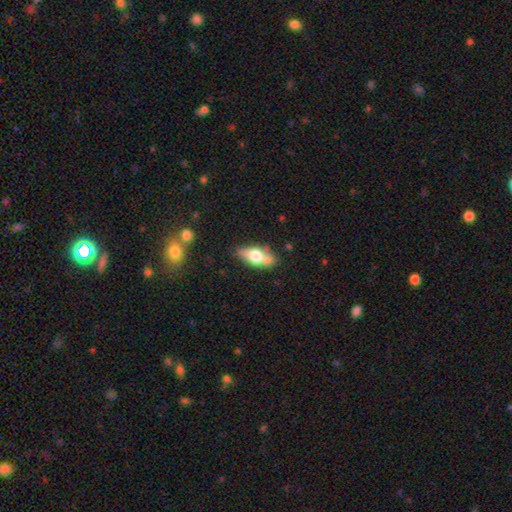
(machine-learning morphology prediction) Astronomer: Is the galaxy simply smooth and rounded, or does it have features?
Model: smooth — 60%.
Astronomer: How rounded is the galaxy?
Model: in between — 80%.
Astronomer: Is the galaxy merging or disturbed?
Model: none — 63%.